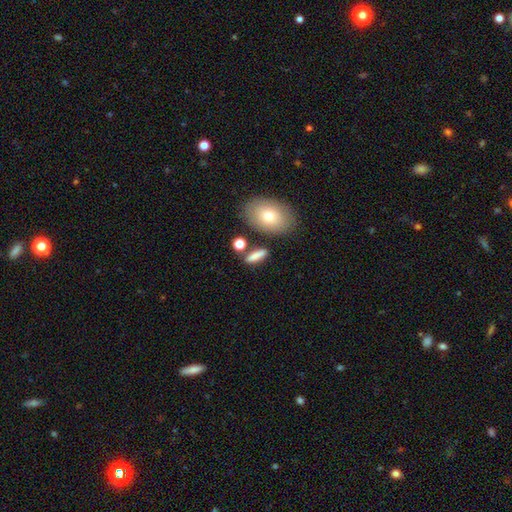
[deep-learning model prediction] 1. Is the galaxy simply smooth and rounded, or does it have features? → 78% smooth, 13% featured or disk, 9% star or artifact.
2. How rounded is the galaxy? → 50% in between, 39% cigar-shaped, 11% round.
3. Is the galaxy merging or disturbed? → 73% none, 12% minor disturbance, 10% merger, 5% major disturbance.